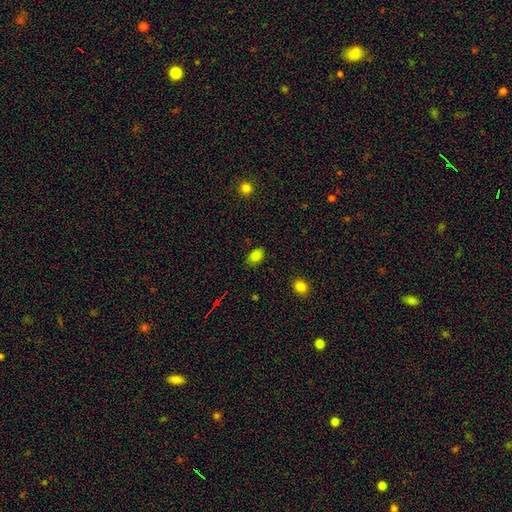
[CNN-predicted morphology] This is clearly a smooth galaxy (83%). How rounded: clearly in between (80%). Merging: likely none (78%).